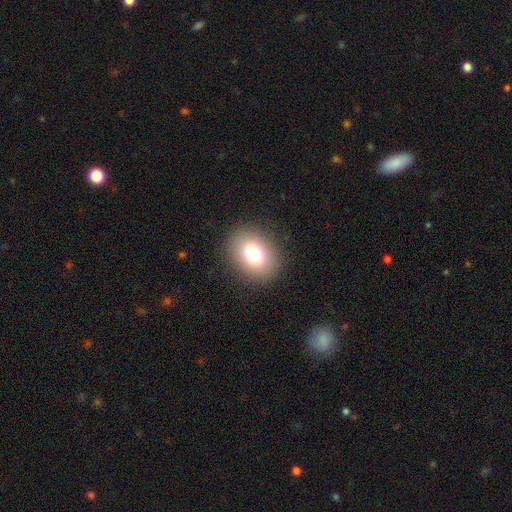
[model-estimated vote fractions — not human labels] smooth_or_featured: smooth (p=0.79) [alt: star or artifact p=0.11]
how_rounded: in between (p=0.54) [alt: round p=0.45]
merging: none (p=0.91) [alt: minor disturbance p=0.06]